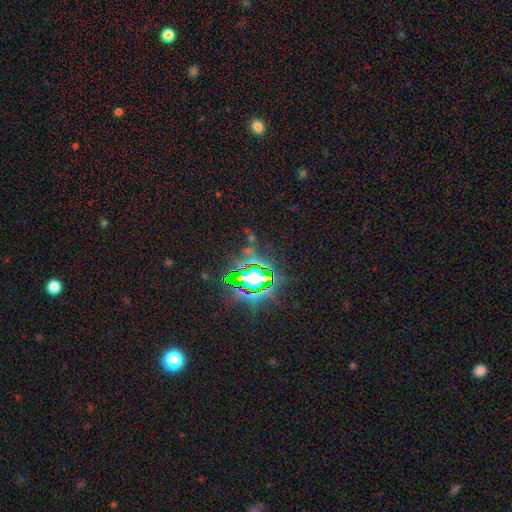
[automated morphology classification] Smooth or featured: star or artifact — 83% (smooth — 10%)